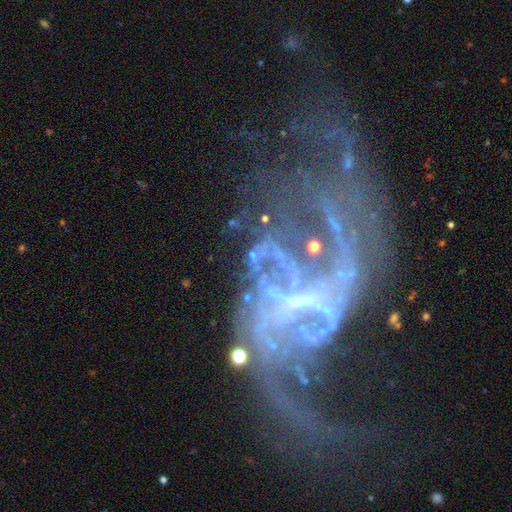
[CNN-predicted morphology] smooth_or_featured: featured or disk (p=0.71) [alt: star or artifact p=0.21]
disk_edge_on: no (p=0.95) [alt: yes p=0.05]
bar: no (p=0.40) [alt: weak p=0.30]
has_spiral_arms: yes (p=0.68) [alt: no p=0.32]
bulge_size: small (p=0.43) [alt: none p=0.34]
merging: none (p=0.40) [alt: major disturbance p=0.34]